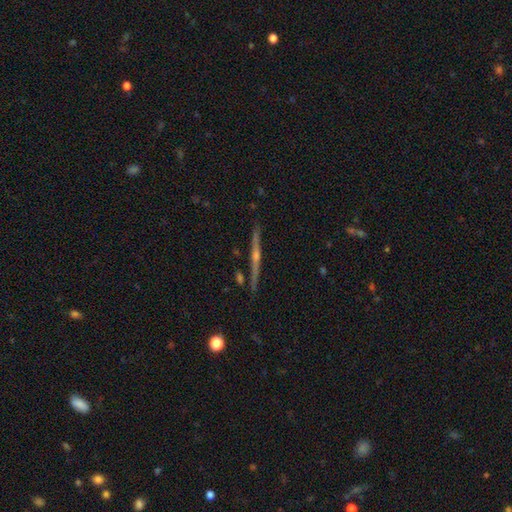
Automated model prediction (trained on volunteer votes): The model was most divided on "smooth or featured": featured or disk: 81%, smooth: 12%, star or artifact: 7%. More confident: edge-on disk — yes (98%); merging — none (90%); edge-on bulge — rounded (83%).